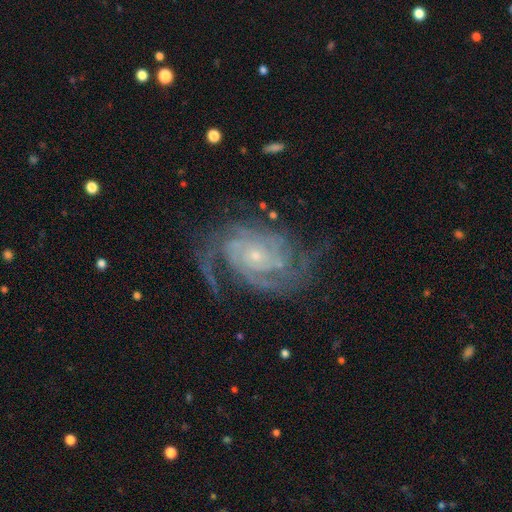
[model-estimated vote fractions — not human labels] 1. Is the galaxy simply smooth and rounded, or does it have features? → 90% featured or disk, 6% star or artifact, 4% smooth.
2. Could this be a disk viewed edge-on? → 97% no, 3% yes.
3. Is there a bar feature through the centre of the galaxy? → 74% no, 20% weak, 6% strong.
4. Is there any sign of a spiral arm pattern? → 98% yes, 2% no.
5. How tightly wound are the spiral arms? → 63% tight, 31% medium, 6% loose.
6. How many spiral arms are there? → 31% 2, 23% 3, 18% can't tell, 13% 4, 7% more than 4, 7% 1.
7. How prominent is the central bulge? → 80% small, 15% moderate, 3% none, 1% large, 1% dominant.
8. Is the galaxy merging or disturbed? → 68% none, 18% minor disturbance, 13% major disturbance, 2% merger.